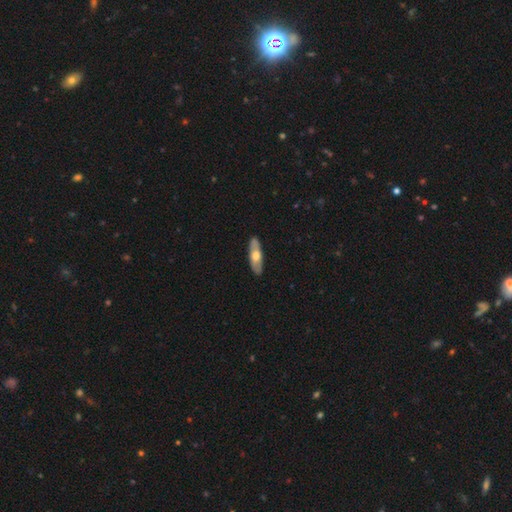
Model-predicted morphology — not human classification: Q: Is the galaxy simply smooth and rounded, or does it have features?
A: smooth — 51%.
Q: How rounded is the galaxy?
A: in between — 57%.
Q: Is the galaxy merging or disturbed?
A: none — 88%.